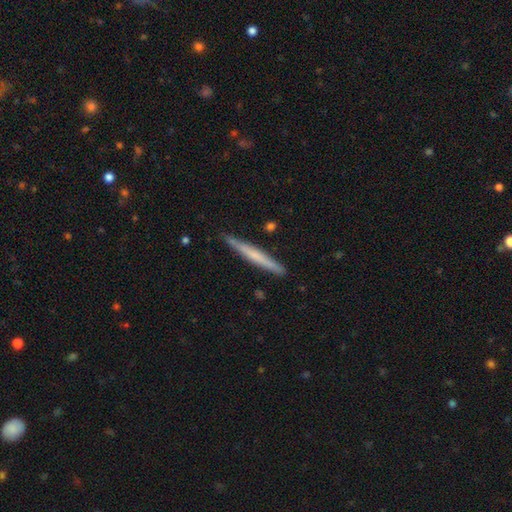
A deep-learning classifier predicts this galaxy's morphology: Smooth or featured: smooth — 49% (featured or disk — 46%)
Merging: none — 87% (minor disturbance — 10%)